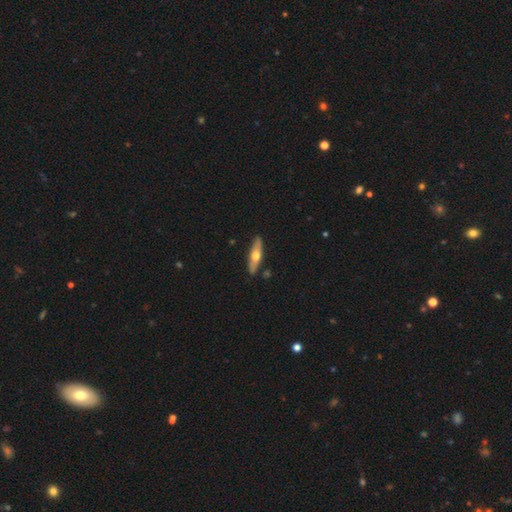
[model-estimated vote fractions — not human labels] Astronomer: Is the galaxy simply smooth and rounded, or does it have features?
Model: featured or disk — 55% (runner-up: smooth, 40%).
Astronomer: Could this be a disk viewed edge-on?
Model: yes — 89%.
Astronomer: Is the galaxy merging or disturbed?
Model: none — 88%.